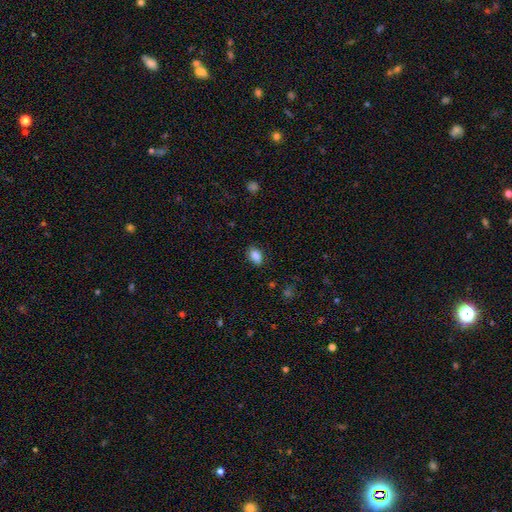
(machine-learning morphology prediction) Smooth or featured: smooth — 84% (star or artifact — 9%)
How rounded: in between — 84% (round — 14%)
Merging: none — 84% (minor disturbance — 12%)